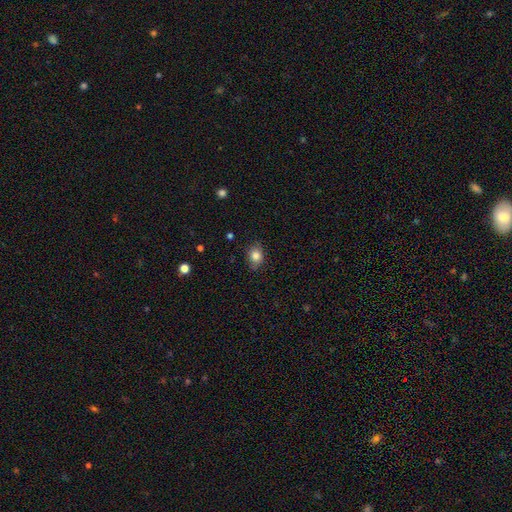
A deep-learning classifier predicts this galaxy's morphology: A smooth galaxy with no disk features (83%) that is in between round and cigar-shaped (51%).

Vote fractions:
- Smooth or featured? smooth: 83% / star or artifact: 10% / featured or disk: 8%
- How rounded? in between: 51% / round: 48% / cigar-shaped: 1%
- Merging? none: 77% / minor disturbance: 18% / major disturbance: 3% / merger: 1%